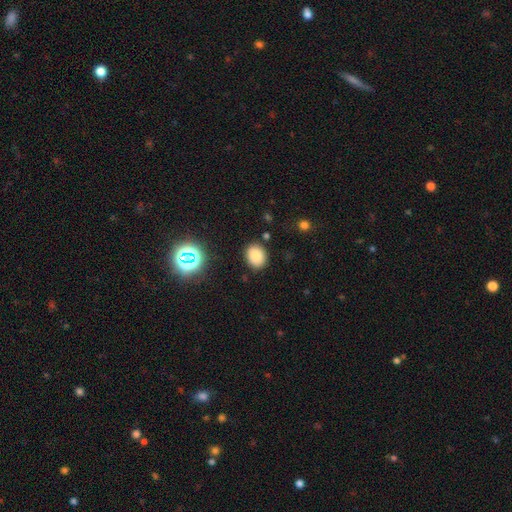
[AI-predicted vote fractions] Q: Smooth or featured?
A: smooth (81%); runner-up: star or artifact (13%)
Q: How rounded?
A: in between (54%); runner-up: round (45%)
Q: Merging?
A: none (85%); runner-up: minor disturbance (10%)